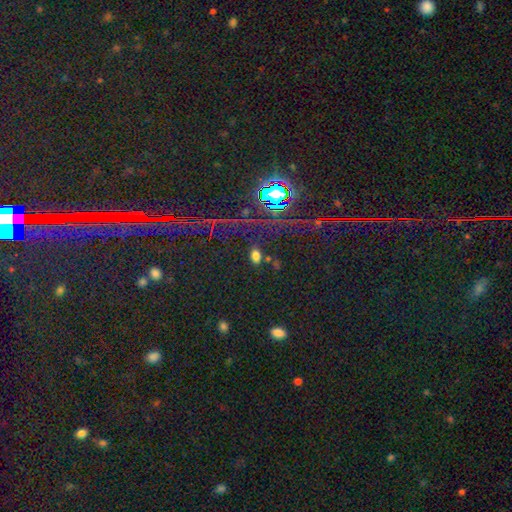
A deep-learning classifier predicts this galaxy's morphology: Smooth or featured: smooth — 60% (star or artifact — 33%)
How rounded: in between — 86% (round — 10%)
Merging: none — 81% (minor disturbance — 10%)